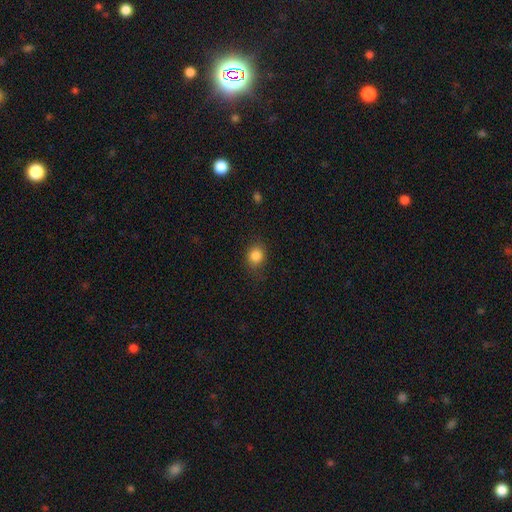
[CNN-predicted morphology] type=smooth (85%); roundness=round (68%); merging=none (76%).